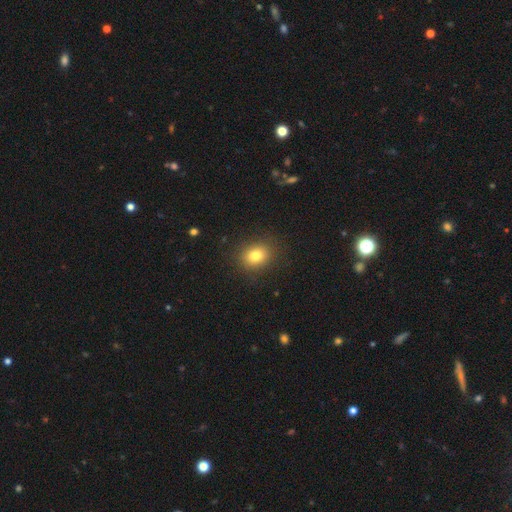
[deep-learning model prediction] Smooth or featured?
  - smooth: 80% *
  - star or artifact: 11%
  - featured or disk: 8%
How rounded?
  - round: 52% *
  - in between: 47%
  - cigar-shaped: 1%
Merging?
  - none: 87% *
  - minor disturbance: 9%
  - major disturbance: 3%
  - merger: 1%